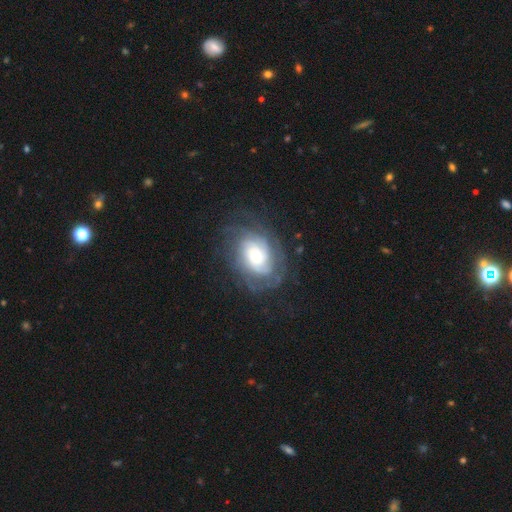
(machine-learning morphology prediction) featured or disk 73%, smooth 18%, star or artifact 9%. Down the decision tree: edge-on disk — no (97%); bar — no (68%); spiral arms — yes (88%); spiral arm count — can't tell (45%); spiral winding — tight (66%); bulge size — moderate (47%); merging — none (75%).